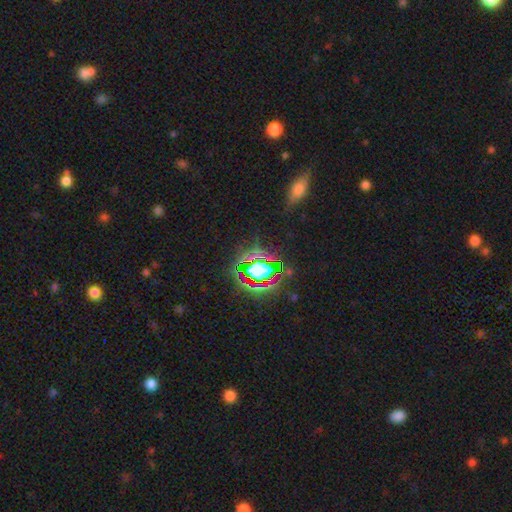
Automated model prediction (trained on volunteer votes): Morphology: type=star or artifact (73%).